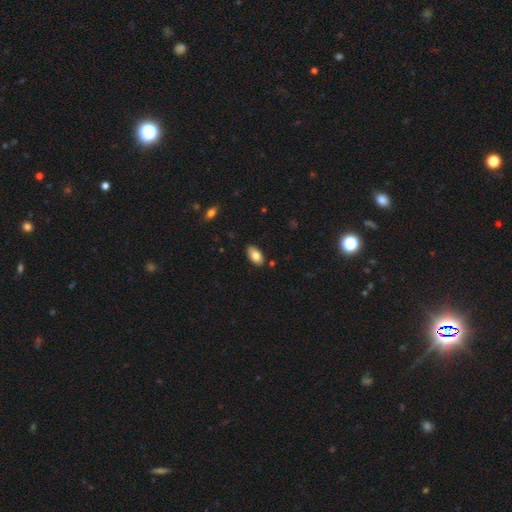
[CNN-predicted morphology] This is clearly a smooth galaxy (81%). How rounded: clearly in between (94%). Merging: clearly none (85%).